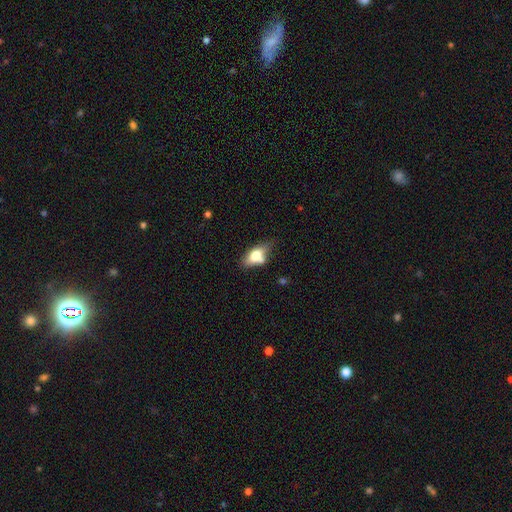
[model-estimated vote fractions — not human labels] This appears to be a smooth galaxy with no disk features (66%) that is in between round and cigar-shaped (82%). Merging: none (47%).